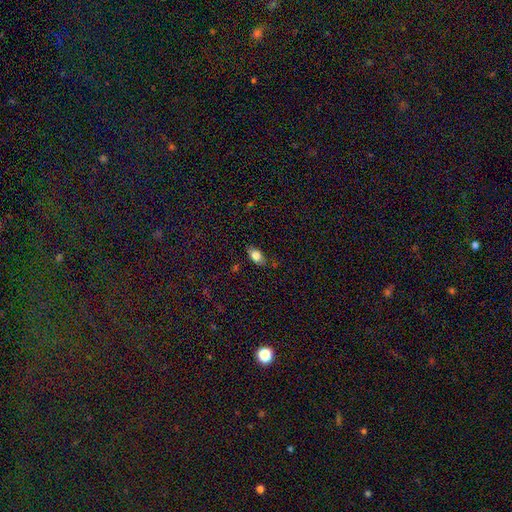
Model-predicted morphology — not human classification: Overall: smooth (79%). How rounded: in between (88%). Merging: none (79%).